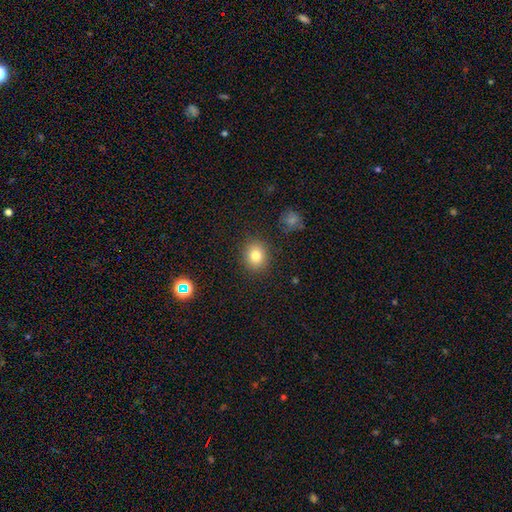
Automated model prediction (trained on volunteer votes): Smooth or featured? smooth (80%)
How rounded? round (72%)
Merging? none (87%)